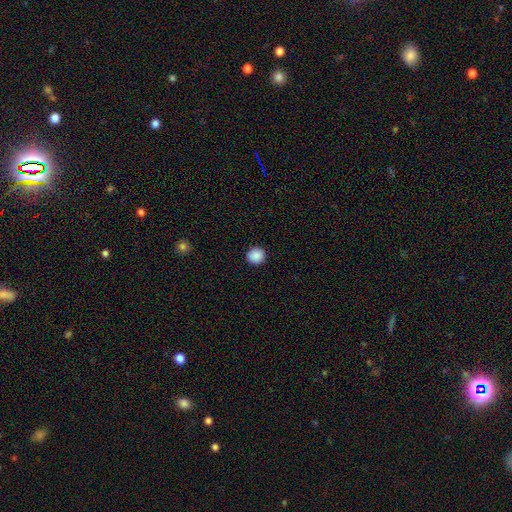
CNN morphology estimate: Smooth or featured? smooth (89%)
How rounded? round (94%)
Merging? none (93%)